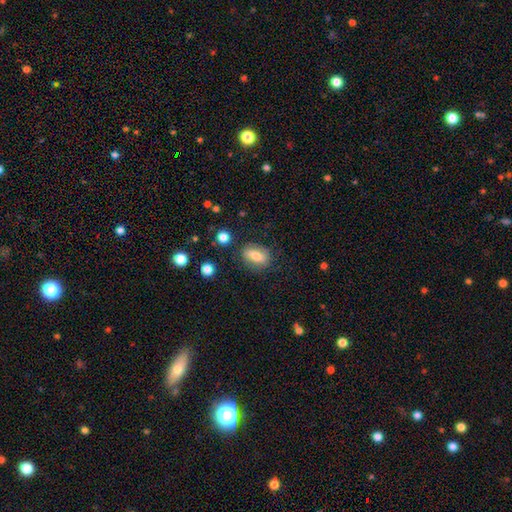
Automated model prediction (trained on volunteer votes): smooth 73%, featured or disk 18%, star or artifact 8%. Down the decision tree: how rounded — in between (79%); merging — none (79%).